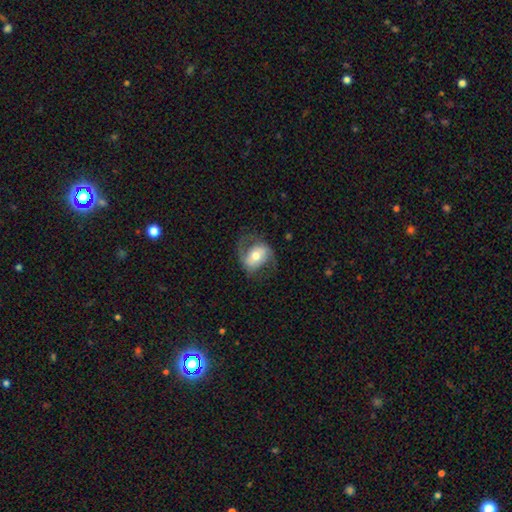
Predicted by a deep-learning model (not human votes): smooth_or_featured: featured or disk (p=0.63) [alt: smooth p=0.30]
disk_edge_on: no (p=0.96) [alt: yes p=0.04]
bar: no (p=0.40) [alt: weak p=0.35]
has_spiral_arms: yes (p=0.82) [alt: no p=0.18]
bulge_size: moderate (p=0.67) [alt: small p=0.18]
merging: none (p=0.62) [alt: minor disturbance p=0.20]